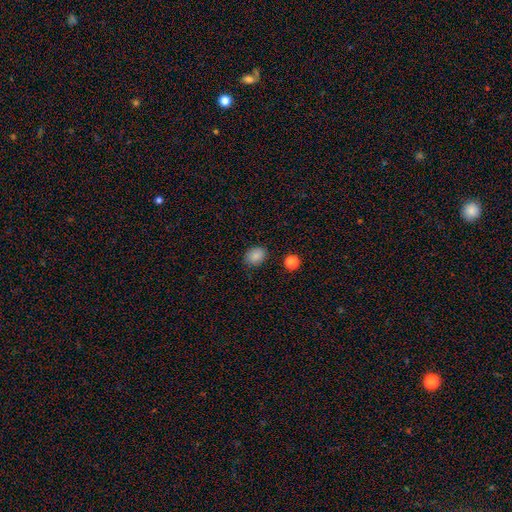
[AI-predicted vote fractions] Overall: smooth (86%). How rounded: in between (51%; round 48%). Merging: none (81%).